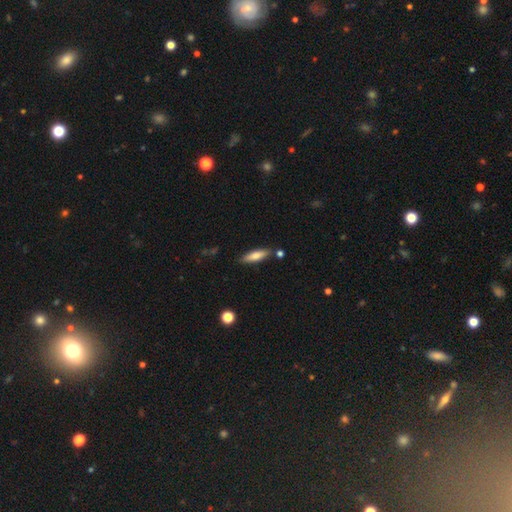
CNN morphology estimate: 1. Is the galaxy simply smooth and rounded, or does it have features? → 72% smooth, 22% featured or disk, 6% star or artifact.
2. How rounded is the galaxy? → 65% cigar-shaped, 34% in between, 2% round.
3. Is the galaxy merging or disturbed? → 83% none, 11% minor disturbance, 4% merger, 2% major disturbance.